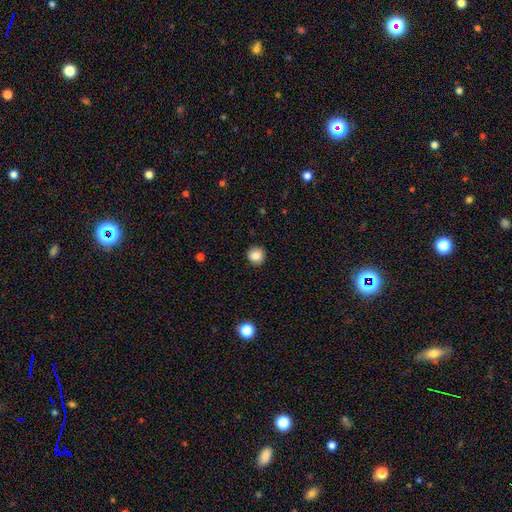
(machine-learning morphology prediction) Smooth or featured? Predicted: smooth (p=0.85). How rounded? Predicted: round (p=0.94). Merging? Predicted: none (p=0.91).